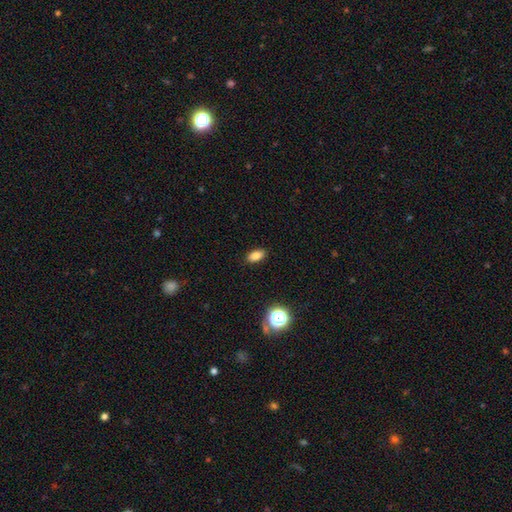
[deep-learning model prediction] A smooth galaxy with no disk features (83%) that is in between round and cigar-shaped (89%).

Vote fractions:
- Smooth or featured? smooth: 83% / star or artifact: 11% / featured or disk: 5%
- How rounded? in between: 89% / round: 7% / cigar-shaped: 4%
- Merging? none: 89% / minor disturbance: 8% / major disturbance: 2% / merger: 1%